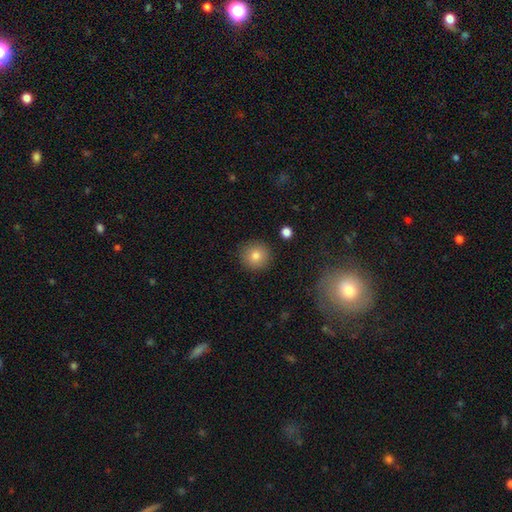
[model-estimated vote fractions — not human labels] This appears to be a smooth galaxy with no disk features (82%) that is round (94%). Merging: none (90%).